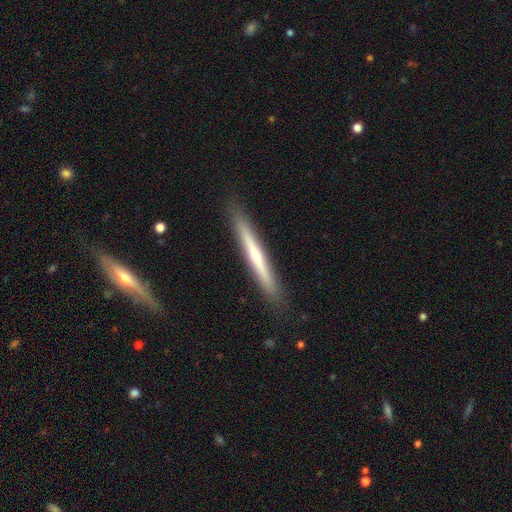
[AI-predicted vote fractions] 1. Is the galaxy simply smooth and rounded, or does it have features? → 57% featured or disk, 37% smooth, 6% star or artifact.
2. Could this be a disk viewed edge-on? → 96% yes, 4% no.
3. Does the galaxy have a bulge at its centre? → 63% rounded, 33% none, 4% boxy.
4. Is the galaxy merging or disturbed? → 90% none, 8% minor disturbance, 1% major disturbance, 1% merger.